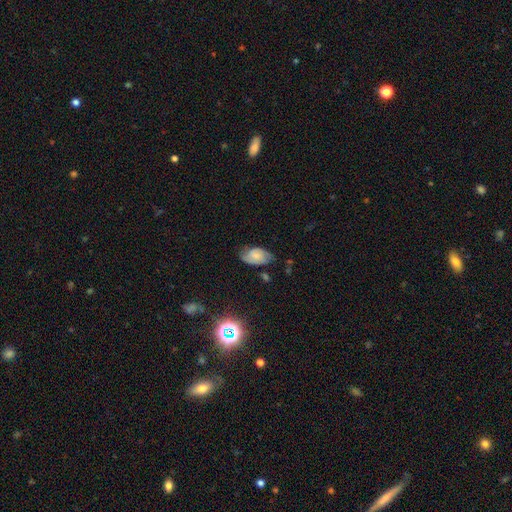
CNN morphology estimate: Smooth or featured? Predicted: smooth (p=0.47). Merging? Predicted: none (p=0.61).